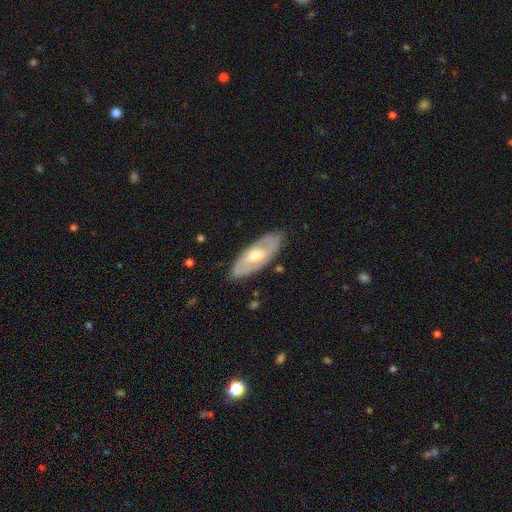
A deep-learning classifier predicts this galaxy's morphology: Smooth or featured? Predicted: featured or disk (p=0.75). Edge-on disk? Predicted: no (p=0.86). Bar? Predicted: weak (p=0.44). Spiral arms? Predicted: yes (p=0.80). Spiral winding? Predicted: medium (p=0.43). Spiral arm count? Predicted: 2 (p=0.76). Bulge size? Predicted: moderate (p=0.67). Merging? Predicted: none (p=0.85).